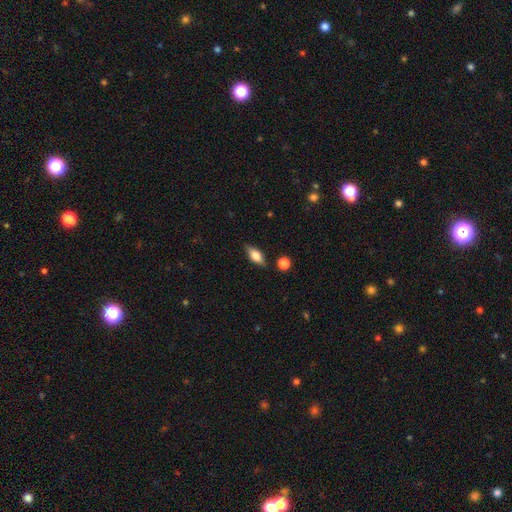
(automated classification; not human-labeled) The model was most divided on "smooth or featured": smooth: 63%, featured or disk: 29%, star or artifact: 8%. More confident: merging — none (82%); how rounded — in between (75%).